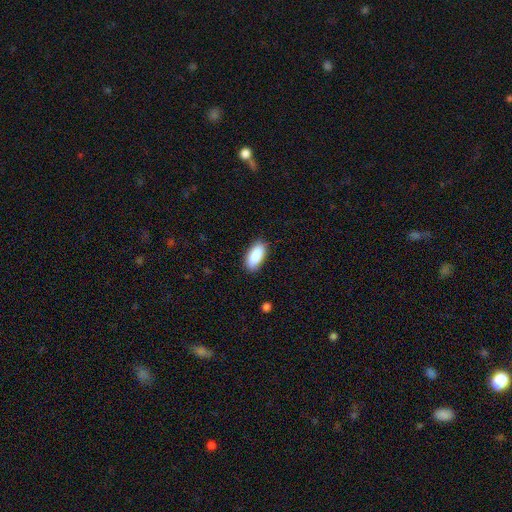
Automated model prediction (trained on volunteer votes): smooth-or-featured: smooth: 89% | star or artifact: 6% | featured or disk: 5%
  how-rounded: in between: 89% | cigar-shaped: 9% | round: 2%
  merging: none: 87% | minor disturbance: 9% | major disturbance: 2% | merger: 1%